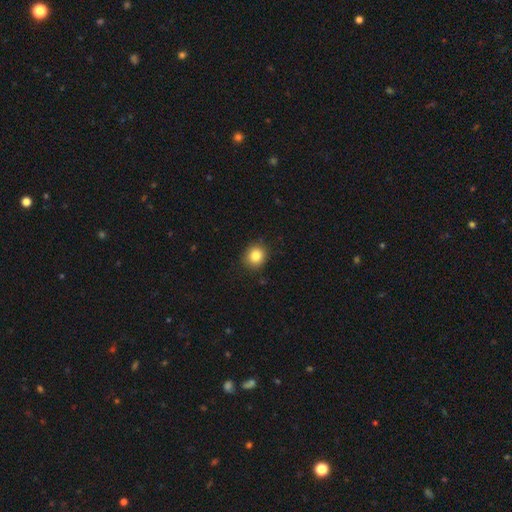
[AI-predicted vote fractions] A smooth galaxy with no disk features (84%) that is round (86%). Merging: none (89%).